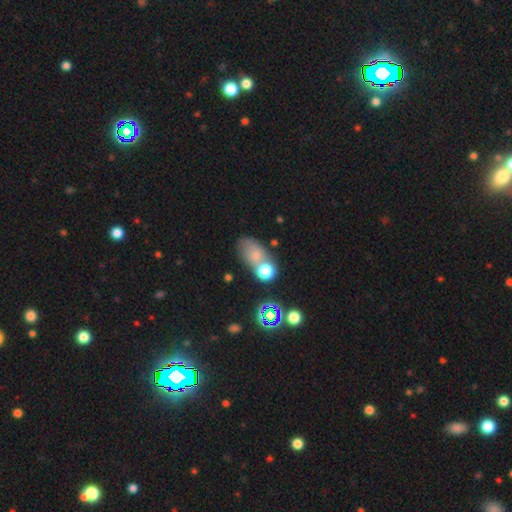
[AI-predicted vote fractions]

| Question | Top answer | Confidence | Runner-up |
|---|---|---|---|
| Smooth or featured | smooth | 62% | star or artifact (19%) |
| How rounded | in between | 78% | round (20%) |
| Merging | none | 43% | merger (27%) |